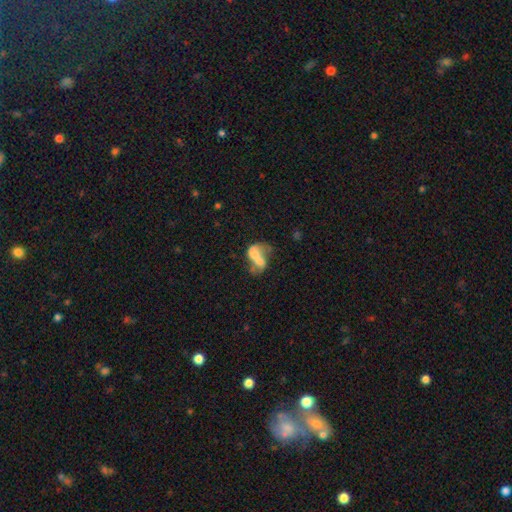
A smooth galaxy with no disk features (51%) that is in between round and cigar-shaped (75%).

Vote fractions:
- Smooth or featured? smooth: 51% / featured or disk: 44% / star or artifact: 5%
- How rounded? in between: 75% / round: 20% / cigar-shaped: 5%
- Merging? merger: 84% / none: 8% / minor disturbance: 5% / major disturbance: 3%